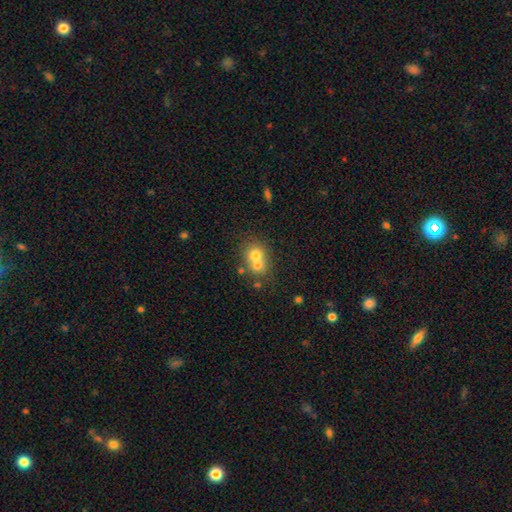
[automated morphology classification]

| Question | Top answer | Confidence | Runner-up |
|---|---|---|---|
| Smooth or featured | smooth | 68% | featured or disk (20%) |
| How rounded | round | 73% | in between (26%) |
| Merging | merger | 60% | none (31%) |